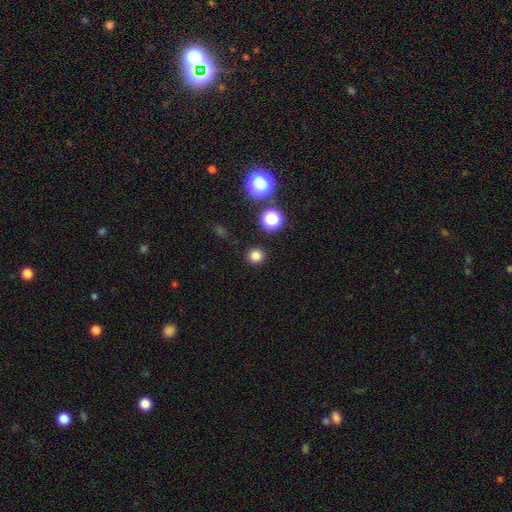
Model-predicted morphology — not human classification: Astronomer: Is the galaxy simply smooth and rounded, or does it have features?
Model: smooth — 80%.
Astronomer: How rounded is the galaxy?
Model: round — 93%.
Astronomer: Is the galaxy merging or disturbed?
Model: none — 92%.